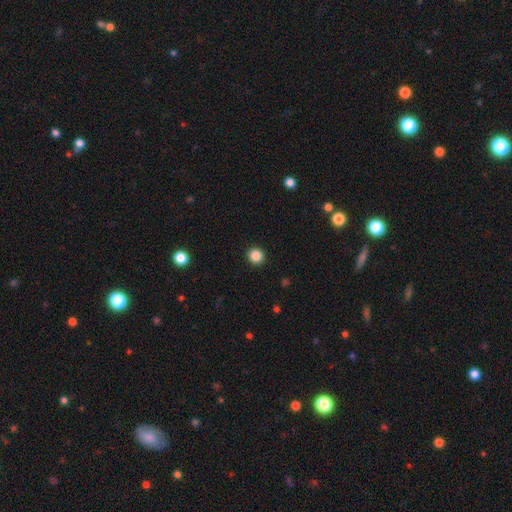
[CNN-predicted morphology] Smooth or featured? smooth (87%)
How rounded? round (89%)
Merging? none (92%)